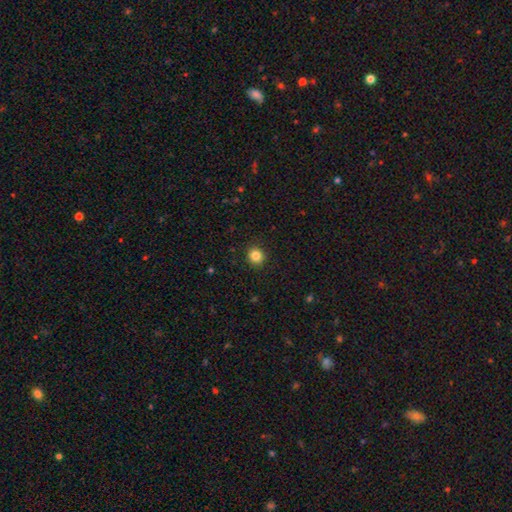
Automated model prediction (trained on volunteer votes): smooth-or-featured: smooth: 85% | star or artifact: 11% | featured or disk: 4%
  how-rounded: round: 82% | in between: 17% | cigar-shaped: 1%
  merging: none: 91% | minor disturbance: 6% | major disturbance: 2% | merger: 1%